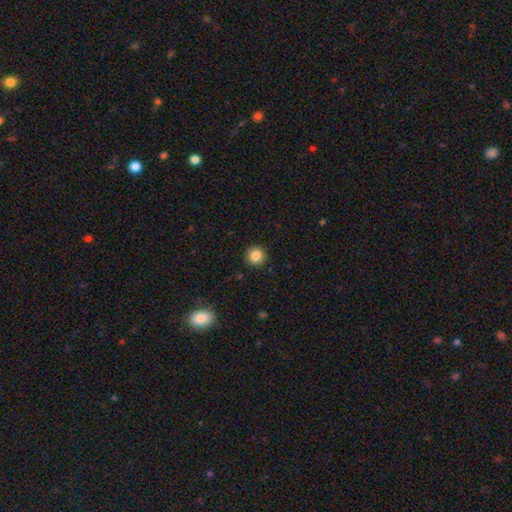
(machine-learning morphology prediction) smooth-or-featured: smooth: 86% | star or artifact: 10% | featured or disk: 4%
  how-rounded: round: 94% | in between: 5% | cigar-shaped: 1%
  merging: none: 91% | minor disturbance: 6% | major disturbance: 2% | merger: 1%